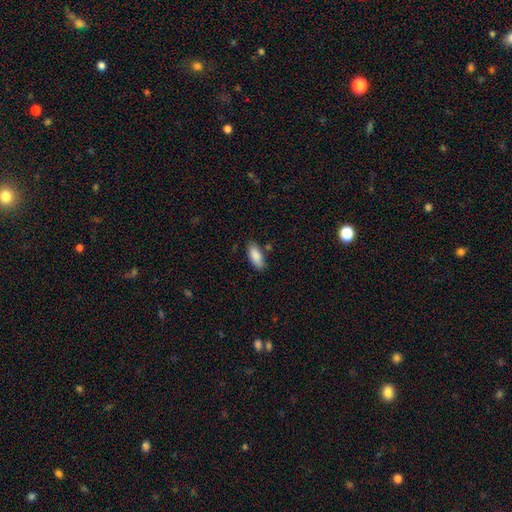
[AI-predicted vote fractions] Smooth or featured: smooth — 88% (star or artifact — 6%)
How rounded: in between — 82% (cigar-shaped — 16%)
Merging: none — 77% (minor disturbance — 16%)